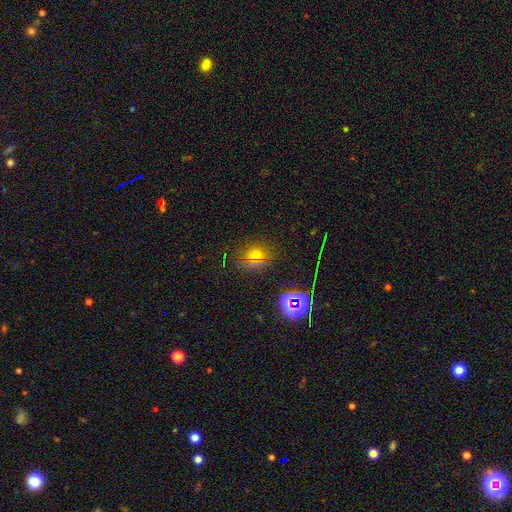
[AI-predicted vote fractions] A smooth galaxy with no disk features (54%) that is round (65%).

Vote fractions:
- Smooth or featured? smooth: 54% / star or artifact: 36% / featured or disk: 10%
- How rounded? round: 65% / in between: 33% / cigar-shaped: 2%
- Merging? none: 80% / minor disturbance: 12% / major disturbance: 5% / merger: 3%